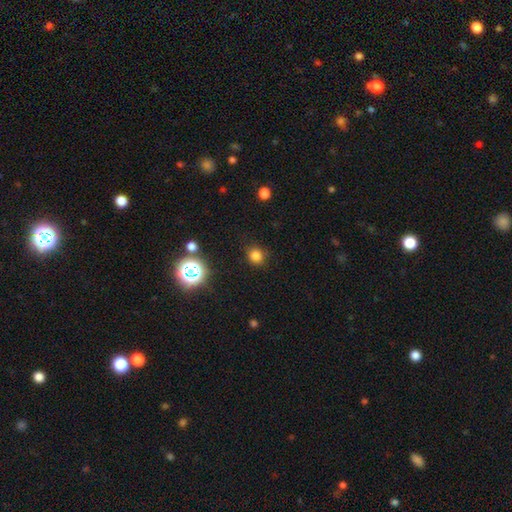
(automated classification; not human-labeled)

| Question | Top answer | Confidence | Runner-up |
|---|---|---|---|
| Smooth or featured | smooth | 78% | star or artifact (18%) |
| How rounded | round | 84% | in between (15%) |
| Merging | none | 86% | minor disturbance (9%) |